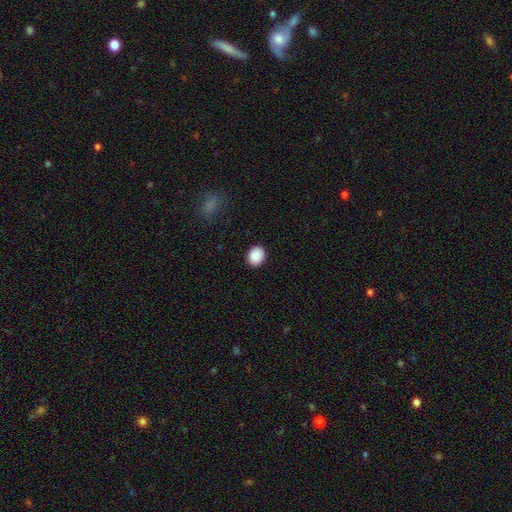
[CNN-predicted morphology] A smooth galaxy with no disk features (89%) that is round (62%).

Vote fractions:
- Smooth or featured? smooth: 89% / star or artifact: 8% / featured or disk: 3%
- How rounded? round: 62% / in between: 38% / cigar-shaped: 1%
- Merging? none: 90% / minor disturbance: 7% / major disturbance: 2% / merger: 1%